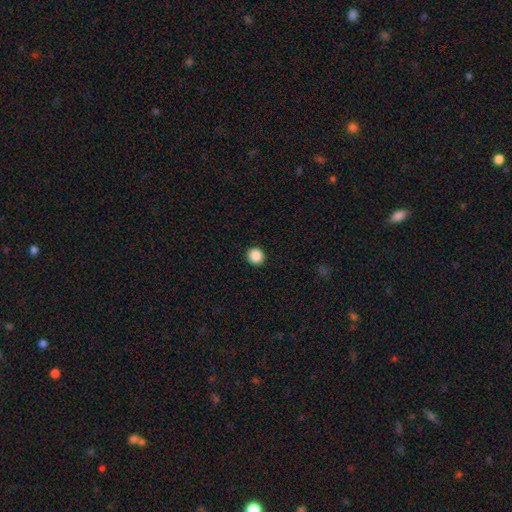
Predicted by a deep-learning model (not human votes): Smooth or featured? Predicted: smooth (p=0.88). How rounded? Predicted: round (p=0.94). Merging? Predicted: none (p=0.93).